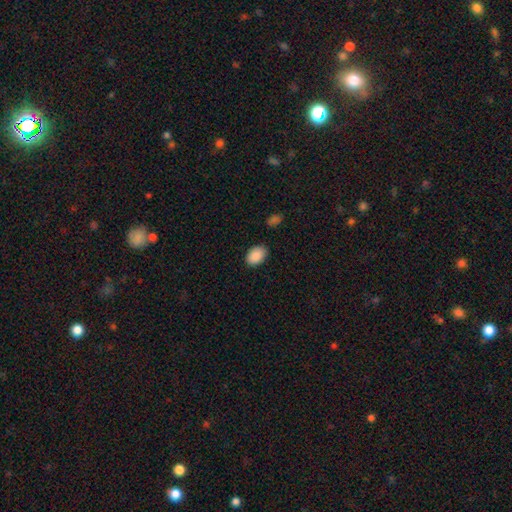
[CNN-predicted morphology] The model was most divided on "how rounded": in between: 84%, round: 15%, cigar-shaped: 1%. More confident: smooth or featured — smooth (90%); merging — none (84%).